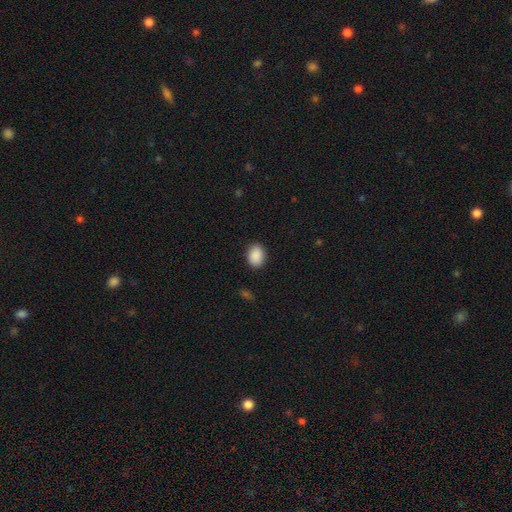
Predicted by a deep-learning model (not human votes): This is clearly a smooth galaxy (90%). How rounded: likely in between (71%). Merging: clearly none (88%).